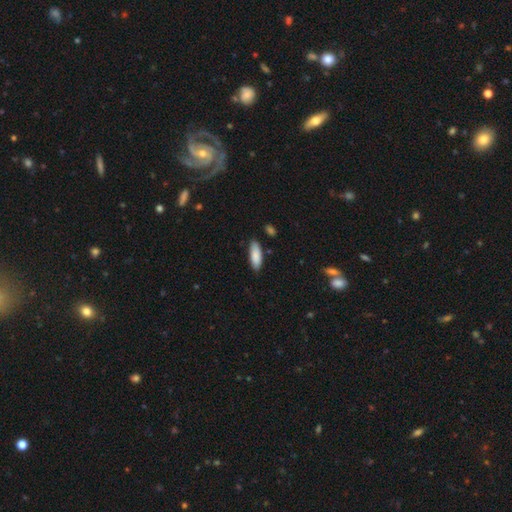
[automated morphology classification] Smooth or featured? smooth (88%)
How rounded? in between (68%)
Merging? none (82%)